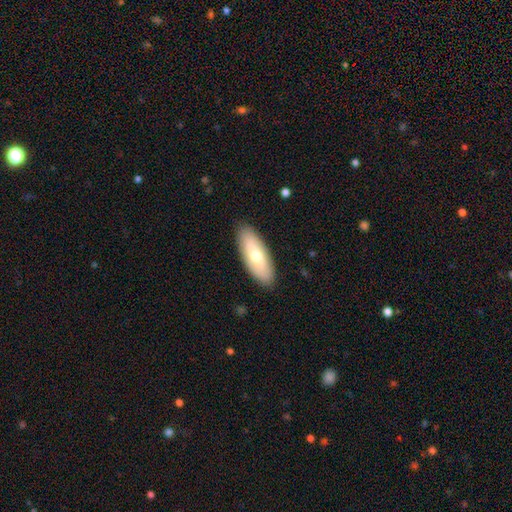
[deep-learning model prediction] Smooth or featured? smooth (62%)
How rounded? in between (74%)
Merging? none (89%)